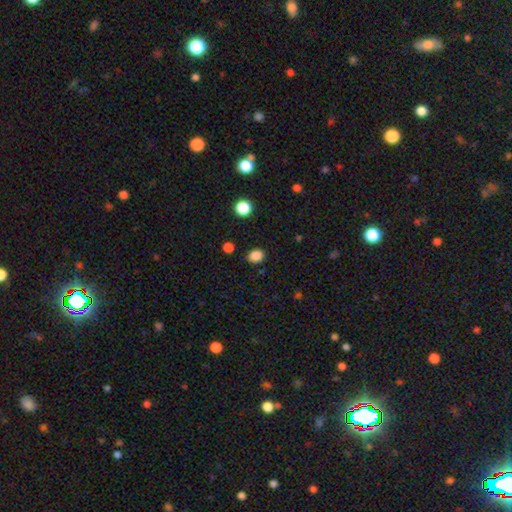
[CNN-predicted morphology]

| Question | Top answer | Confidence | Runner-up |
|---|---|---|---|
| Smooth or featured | smooth | 85% | star or artifact (11%) |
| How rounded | in between | 58% | round (41%) |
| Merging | none | 84% | minor disturbance (11%) |